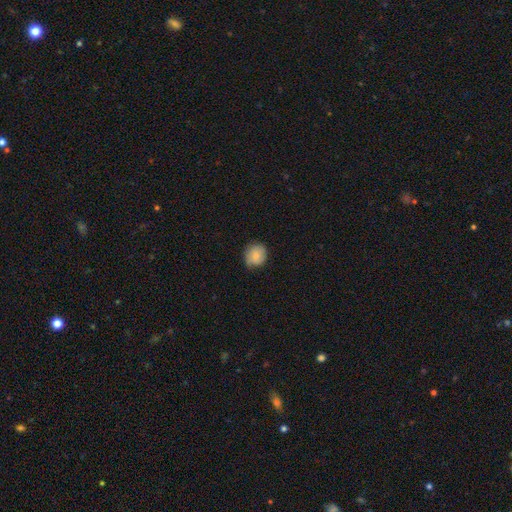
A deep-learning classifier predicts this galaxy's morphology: A smooth galaxy with no disk features (80%) that is round (80%).

Vote fractions:
- Smooth or featured? smooth: 80% / featured or disk: 13% / star or artifact: 8%
- How rounded? round: 80% / in between: 19% / cigar-shaped: 1%
- Merging? none: 73% / minor disturbance: 23% / major disturbance: 4% / merger: 1%